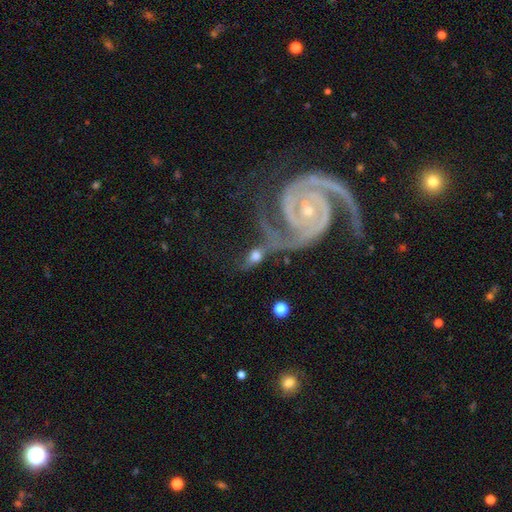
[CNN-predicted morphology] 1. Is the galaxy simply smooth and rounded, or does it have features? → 50% featured or disk, 38% smooth, 11% star or artifact.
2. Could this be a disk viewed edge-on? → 85% no, 15% yes.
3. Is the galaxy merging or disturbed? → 33% none, 30% merger, 19% major disturbance, 17% minor disturbance.